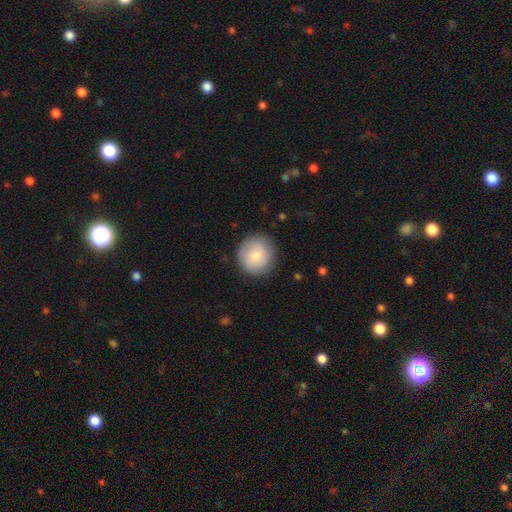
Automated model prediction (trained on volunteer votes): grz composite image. It shows a smooth galaxy with no disk features (78%) that is round (93%). Merging: none (85%).